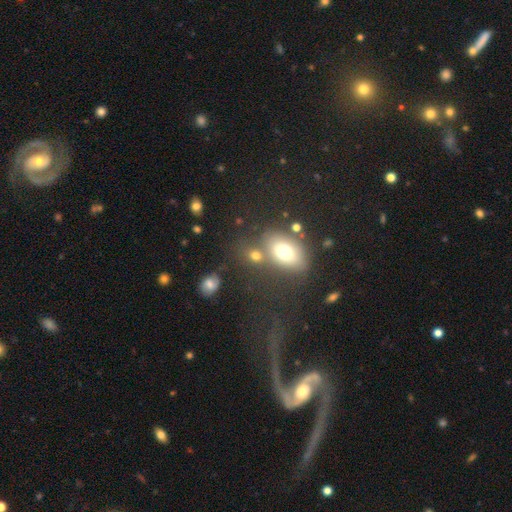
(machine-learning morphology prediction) The model was most divided on "how rounded": in between: 57%, round: 40%, cigar-shaped: 2%. More confident: smooth or featured — smooth (71%); merging — none (58%).